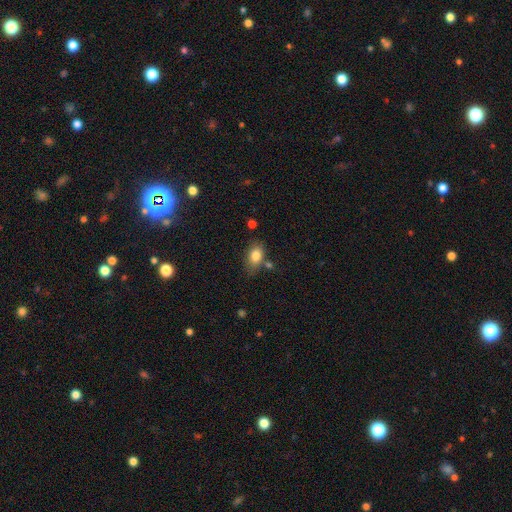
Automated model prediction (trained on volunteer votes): Q: Smooth or featured?
A: smooth (82%); runner-up: featured or disk (10%)
Q: How rounded?
A: in between (84%); runner-up: round (14%)
Q: Merging?
A: none (68%); runner-up: minor disturbance (20%)